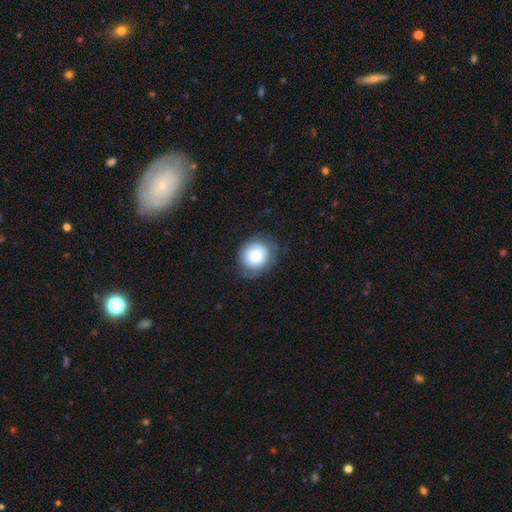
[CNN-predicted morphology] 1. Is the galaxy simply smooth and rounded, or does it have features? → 71% smooth, 22% featured or disk, 7% star or artifact.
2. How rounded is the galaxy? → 81% round, 18% in between, 1% cigar-shaped.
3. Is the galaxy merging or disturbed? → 66% none, 24% minor disturbance, 9% major disturbance, 1% merger.